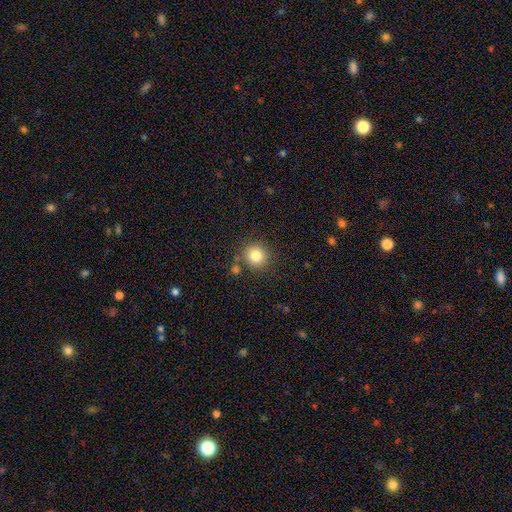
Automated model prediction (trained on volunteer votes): A smooth galaxy with no disk features (82%) that is round (92%). Merging: none (81%).